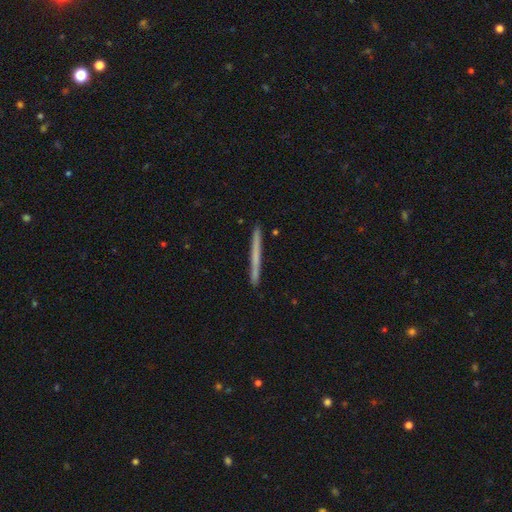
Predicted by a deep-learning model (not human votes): The model was most divided on "smooth or featured": smooth: 53%, featured or disk: 41%, star or artifact: 6%. More confident: how rounded — cigar-shaped (97%); merging — none (92%).